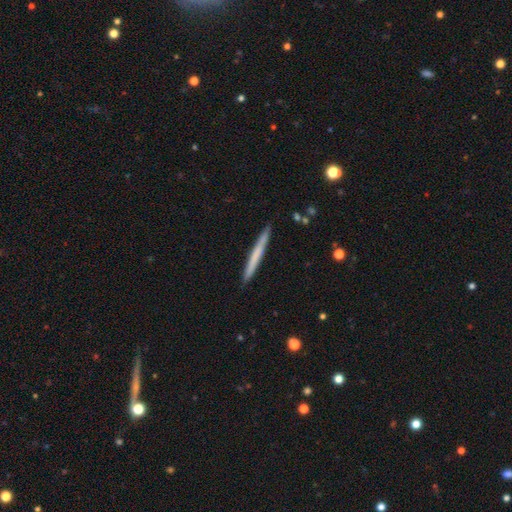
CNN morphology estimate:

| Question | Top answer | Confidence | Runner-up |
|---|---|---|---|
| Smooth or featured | smooth | 61% | featured or disk (34%) |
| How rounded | cigar-shaped | 97% | in between (2%) |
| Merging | none | 91% | minor disturbance (6%) |